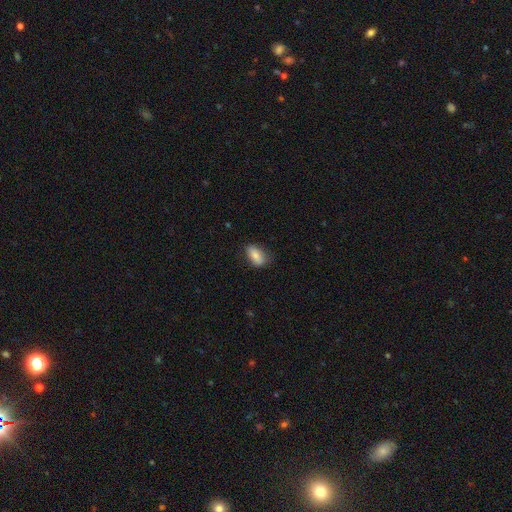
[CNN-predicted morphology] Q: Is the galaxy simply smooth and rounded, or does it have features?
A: smooth — 77%.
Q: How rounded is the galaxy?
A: in between — 87%.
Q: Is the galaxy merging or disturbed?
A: none — 73%.